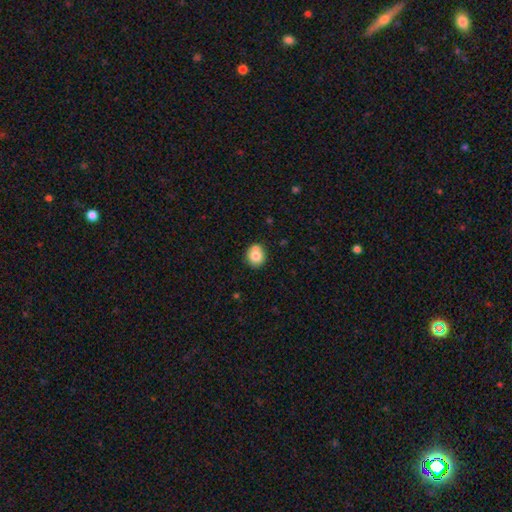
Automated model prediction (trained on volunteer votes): smooth-or-featured: smooth: 79% | featured or disk: 12% | star or artifact: 9%
  how-rounded: round: 75% | in between: 24% | cigar-shaped: 1%
  merging: none: 69% | minor disturbance: 15% | merger: 12% | major disturbance: 3%